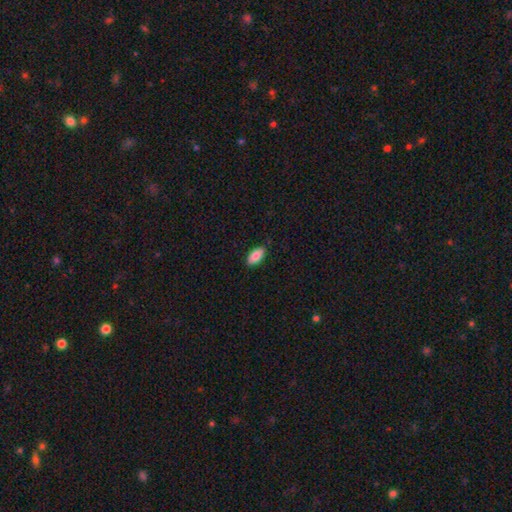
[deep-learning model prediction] Smooth or featured?
  - smooth: 84% *
  - featured or disk: 9%
  - star or artifact: 7%
How rounded?
  - in between: 92% *
  - cigar-shaped: 6%
  - round: 2%
Merging?
  - none: 86% *
  - minor disturbance: 11%
  - major disturbance: 2%
  - merger: 1%